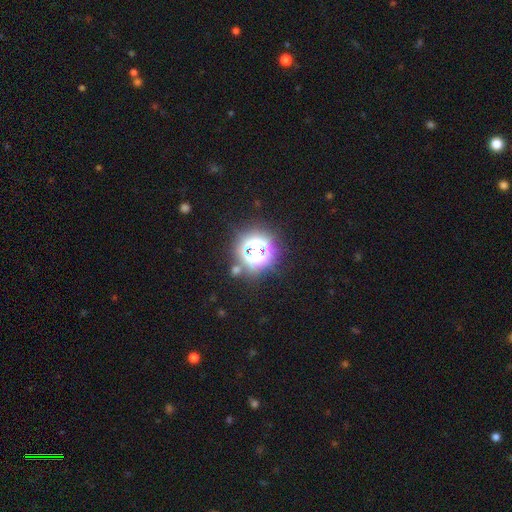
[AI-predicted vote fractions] smooth_or_featured: star or artifact (p=0.82) [alt: smooth p=0.12]